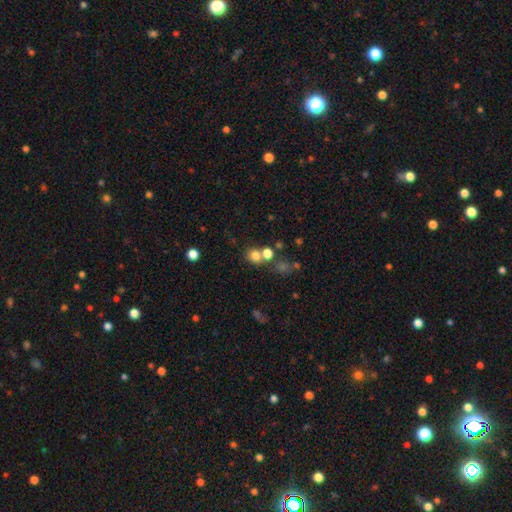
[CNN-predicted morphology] type=smooth (76%); roundness=round (84%); merging=none (58%).